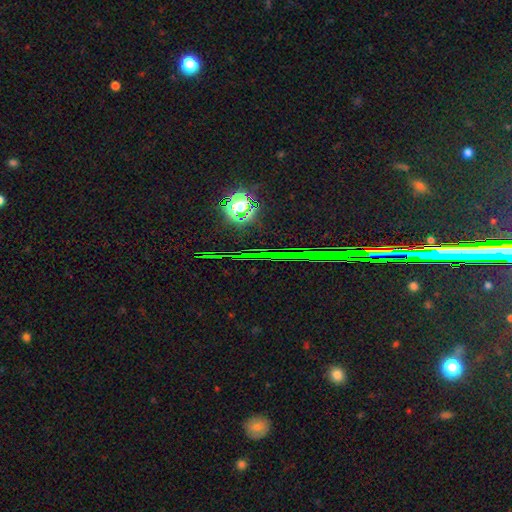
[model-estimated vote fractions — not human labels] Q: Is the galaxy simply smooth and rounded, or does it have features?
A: star or artifact — 81%.